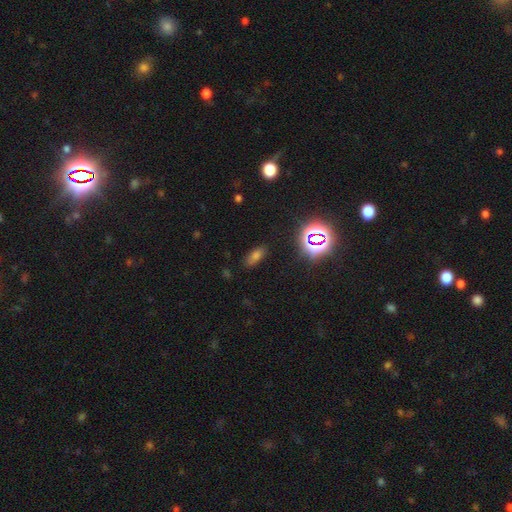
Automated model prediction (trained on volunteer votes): The model was most divided on "smooth or featured": smooth: 61%, star or artifact: 28%, featured or disk: 11%. More confident: merging — none (84%); how rounded — in between (76%).